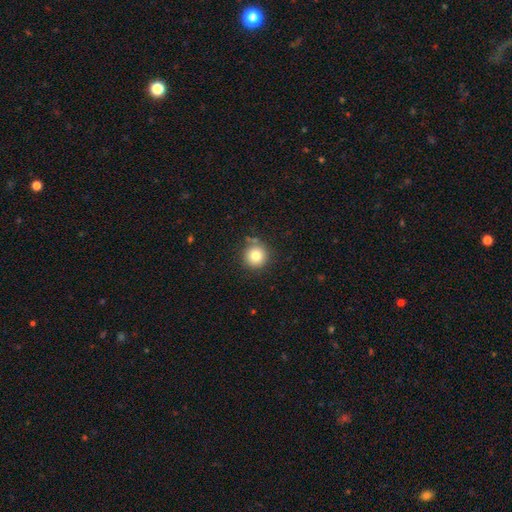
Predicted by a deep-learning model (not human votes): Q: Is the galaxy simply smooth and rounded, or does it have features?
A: smooth — 81%.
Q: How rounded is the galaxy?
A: round — 95%.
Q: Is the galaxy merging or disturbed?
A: none — 82%.